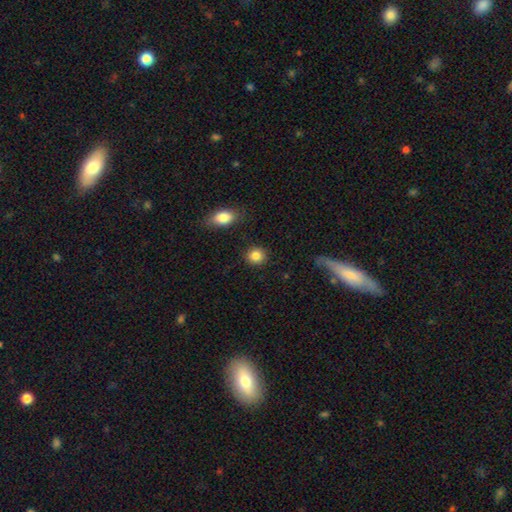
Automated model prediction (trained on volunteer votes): This is clearly a smooth galaxy (86%). How rounded: clearly round (84%). Merging: clearly none (88%).